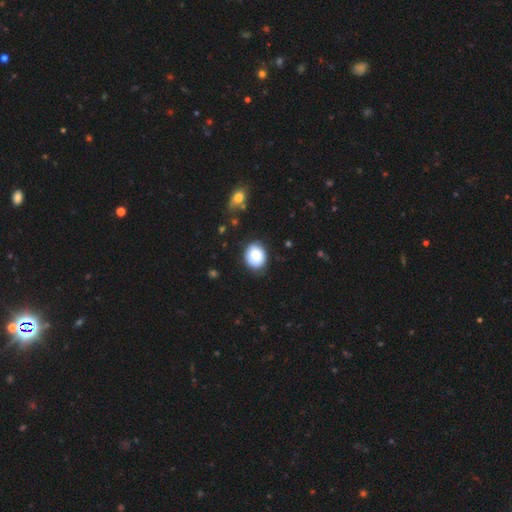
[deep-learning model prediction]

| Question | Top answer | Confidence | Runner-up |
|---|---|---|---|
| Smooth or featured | smooth | 83% | featured or disk (9%) |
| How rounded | round | 58% | in between (41%) |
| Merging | none | 81% | minor disturbance (14%) |